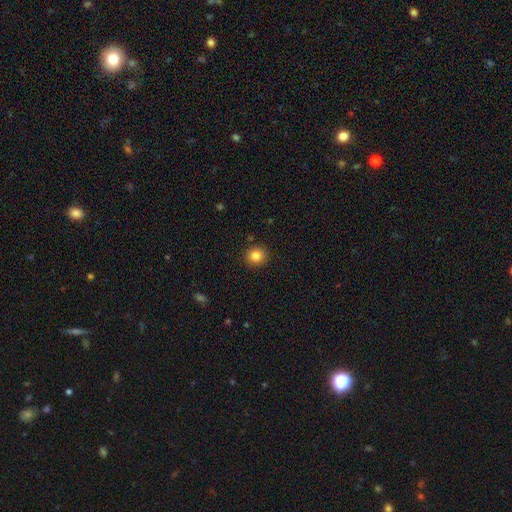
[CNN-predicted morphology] Overall: smooth (84%). How rounded: round (89%). Merging: none (90%).